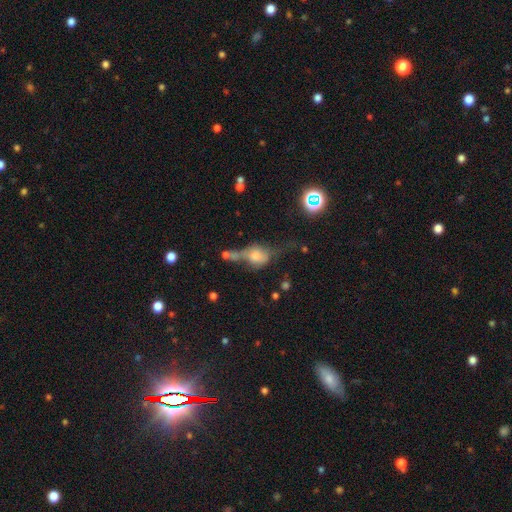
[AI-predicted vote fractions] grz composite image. It shows a smooth galaxy with no disk features (45%). Merging: major disturbance (28%).